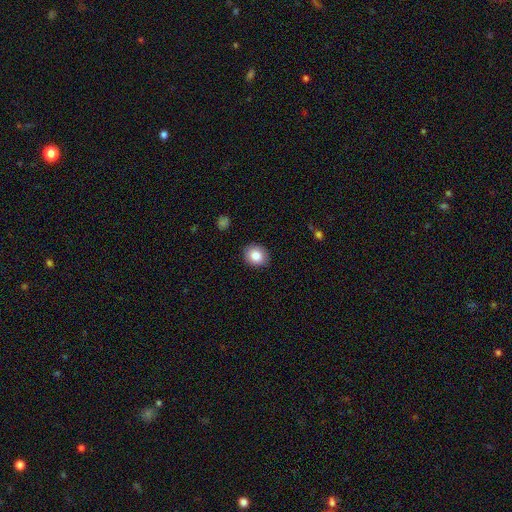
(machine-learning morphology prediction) Smooth or featured?
  - smooth: 84% *
  - star or artifact: 9%
  - featured or disk: 7%
How rounded?
  - round: 63% *
  - in between: 37%
  - cigar-shaped: 1%
Merging?
  - none: 88% *
  - minor disturbance: 8%
  - major disturbance: 2%
  - merger: 1%